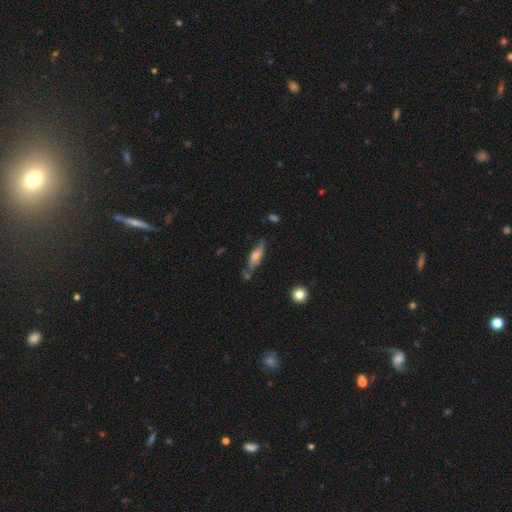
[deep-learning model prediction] Smooth or featured: featured or disk — 49% (smooth — 44%)
Merging: none — 56% (minor disturbance — 28%)